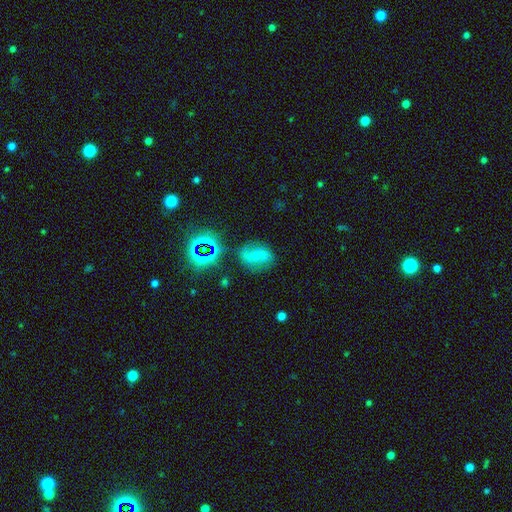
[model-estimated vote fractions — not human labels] Q: Smooth or featured?
A: featured or disk (51%); runner-up: smooth (32%)
Q: Edge-on disk?
A: no (96%); runner-up: yes (4%)
Q: Merging?
A: none (70%); runner-up: minor disturbance (18%)